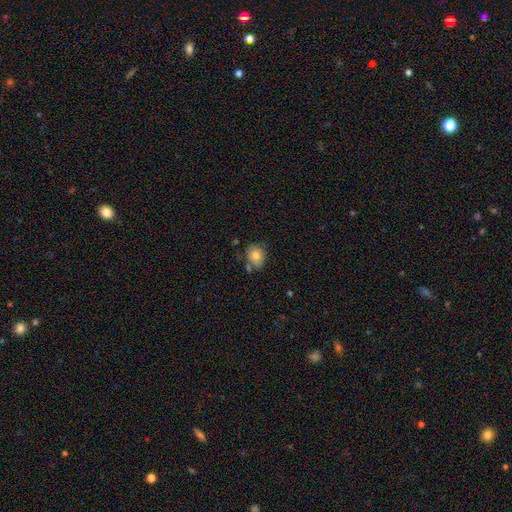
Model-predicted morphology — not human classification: A smooth galaxy with no disk features (78%) that is round (67%).

Vote fractions:
- Smooth or featured? smooth: 78% / featured or disk: 13% / star or artifact: 9%
- How rounded? round: 67% / in between: 32% / cigar-shaped: 1%
- Merging? none: 68% / minor disturbance: 19% / merger: 9% / major disturbance: 4%